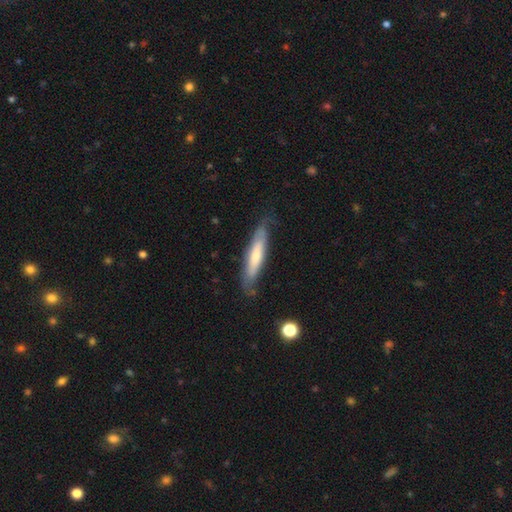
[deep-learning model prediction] The model was most divided on "smooth or featured": featured or disk: 51%, smooth: 41%, star or artifact: 8%. More confident: merging — none (77%); edge-on disk — yes (68%).